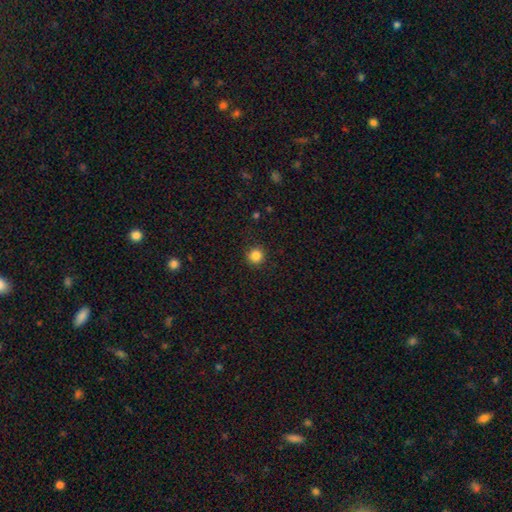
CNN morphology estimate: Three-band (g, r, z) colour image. It shows a smooth galaxy with no disk features (85%) that is round (94%). Merging: none (89%).